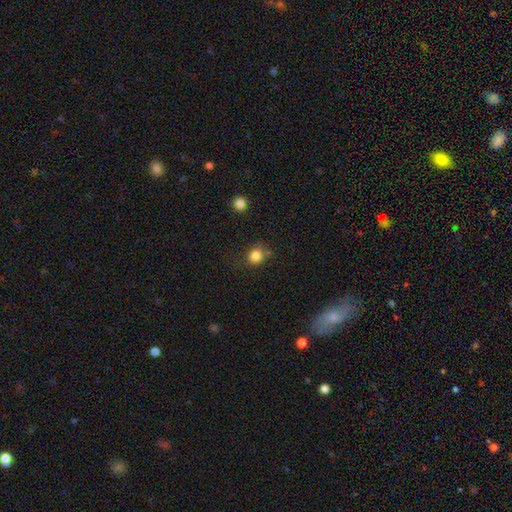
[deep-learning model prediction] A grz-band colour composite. It shows a smooth galaxy with no disk features (82%) that is round (82%). Merging: none (68%).